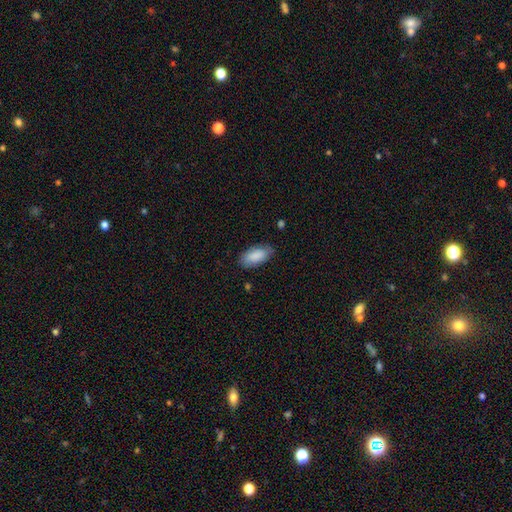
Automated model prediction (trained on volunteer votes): Smooth or featured: smooth — 88% (star or artifact — 6%)
How rounded: in between — 91% (cigar-shaped — 7%)
Merging: none — 79% (minor disturbance — 17%)